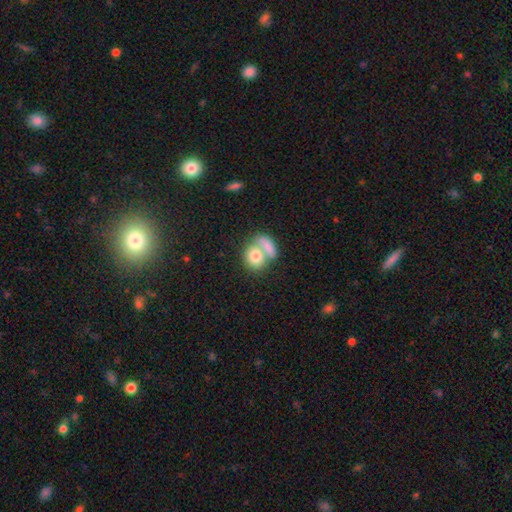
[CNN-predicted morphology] The model was most divided on "how rounded": round: 52%, in between: 45%, cigar-shaped: 2%. More confident: smooth or featured — smooth (77%); merging — merger (58%).